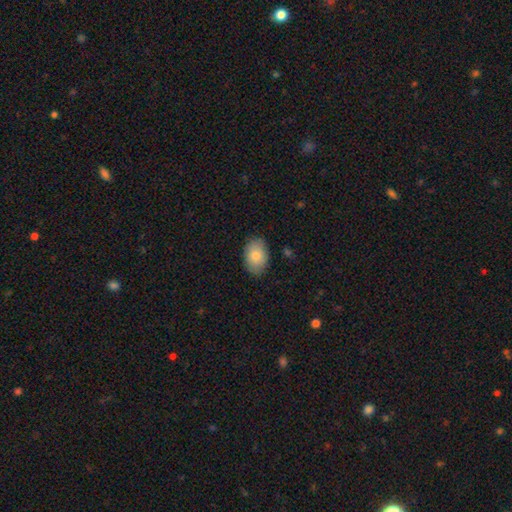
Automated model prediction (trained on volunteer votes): The model was most divided on "smooth or featured": smooth: 80%, featured or disk: 13%, star or artifact: 7%. More confident: how rounded — in between (85%); merging — none (84%).